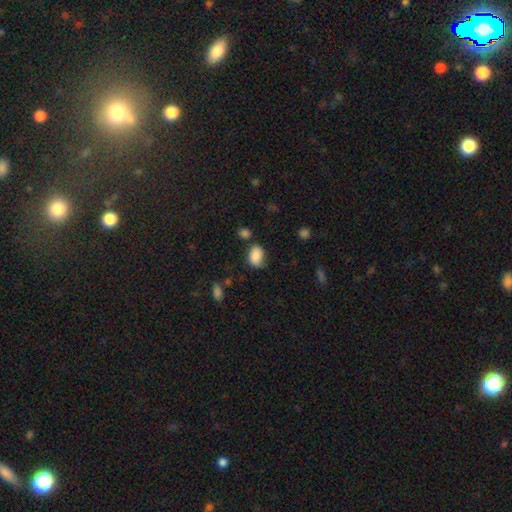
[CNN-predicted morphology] A smooth galaxy with no disk features (85%) that is in between round and cigar-shaped (81%). Merging: none (57%).